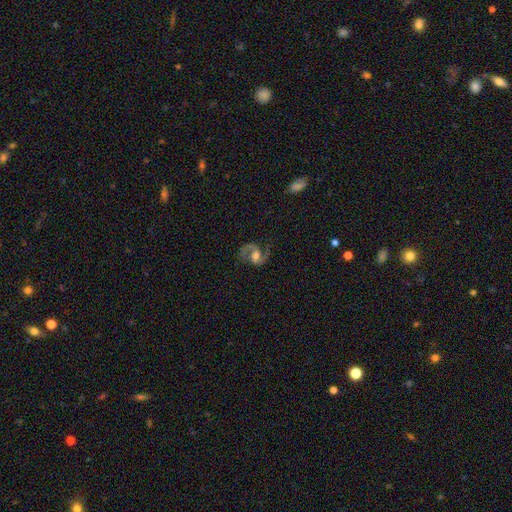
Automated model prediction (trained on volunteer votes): This is clearly a featured or disk galaxy (86%). It is clearly not viewed edge-on (98%). Bar: possibly weak (48%). Spiral arm pattern: clearly yes (96%). Spiral arm count: clearly 2 (91%). Spiral winding: possibly medium (53%). Central bulge: possibly moderate (58%). Merging: likely none (71%).